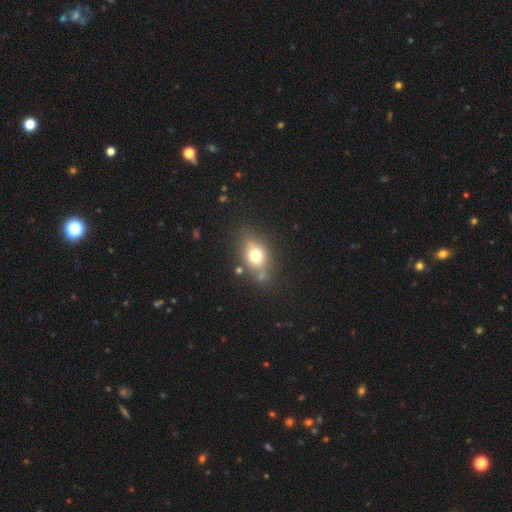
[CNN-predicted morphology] Q: Smooth or featured?
A: smooth (64%); runner-up: featured or disk (23%)
Q: How rounded?
A: in between (58%); runner-up: round (38%)
Q: Merging?
A: none (71%); runner-up: minor disturbance (17%)